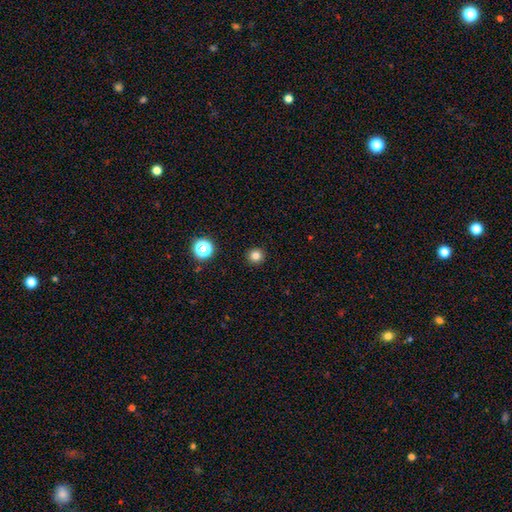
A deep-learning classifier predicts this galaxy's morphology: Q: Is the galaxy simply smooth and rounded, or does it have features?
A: smooth — 81%.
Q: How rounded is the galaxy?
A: round — 94%.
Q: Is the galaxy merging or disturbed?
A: none — 93%.